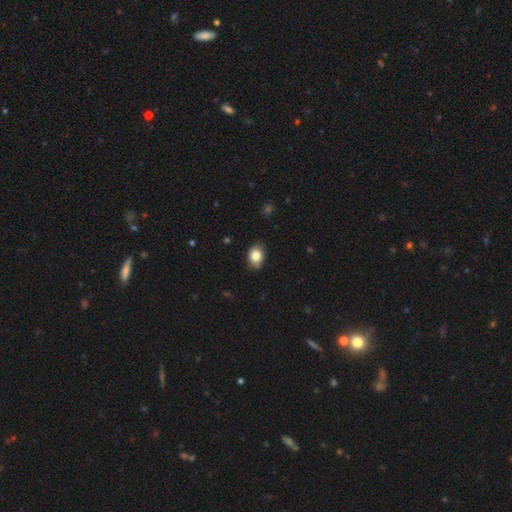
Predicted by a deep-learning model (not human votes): A smooth galaxy with no disk features (83%) that is in between round and cigar-shaped (66%).

Vote fractions:
- Smooth or featured? smooth: 83% / featured or disk: 9% / star or artifact: 8%
- How rounded? in between: 66% / round: 33% / cigar-shaped: 1%
- Merging? none: 79% / minor disturbance: 18% / major disturbance: 3% / merger: 1%